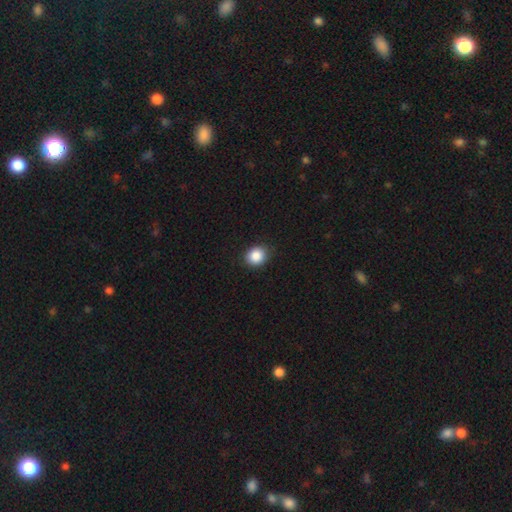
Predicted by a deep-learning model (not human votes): The model was most divided on "how rounded": round: 73%, in between: 26%, cigar-shaped: 1%. More confident: merging — none (88%); smooth or featured — smooth (88%).